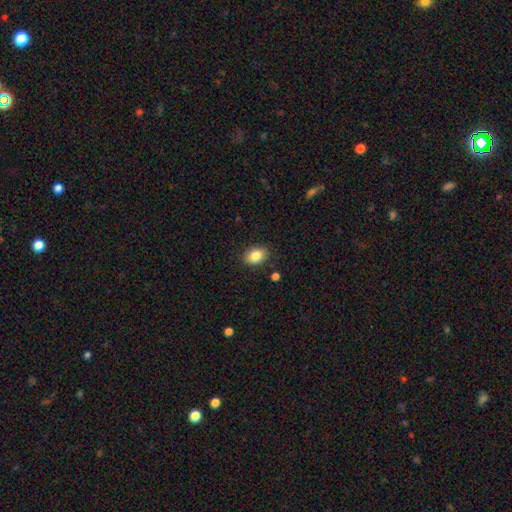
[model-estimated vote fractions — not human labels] A smooth galaxy with no disk features (85%) that is in between round and cigar-shaped (71%).

Vote fractions:
- Smooth or featured? smooth: 85% / star or artifact: 9% / featured or disk: 7%
- How rounded? in between: 71% / round: 28% / cigar-shaped: 1%
- Merging? none: 86% / minor disturbance: 10% / major disturbance: 3% / merger: 2%